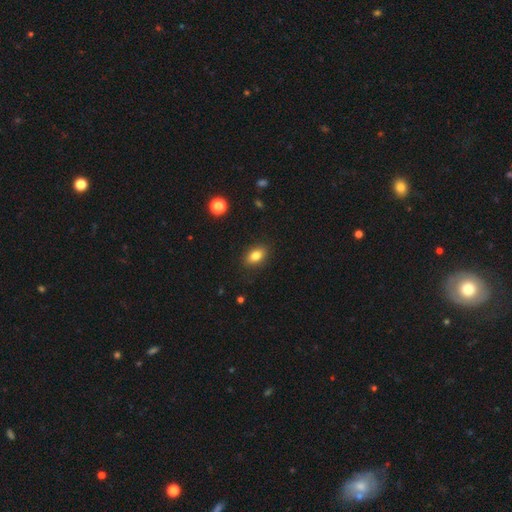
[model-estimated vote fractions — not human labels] Smooth or featured: smooth — 83% (star or artifact — 10%)
How rounded: in between — 83% (round — 15%)
Merging: none — 88% (minor disturbance — 9%)